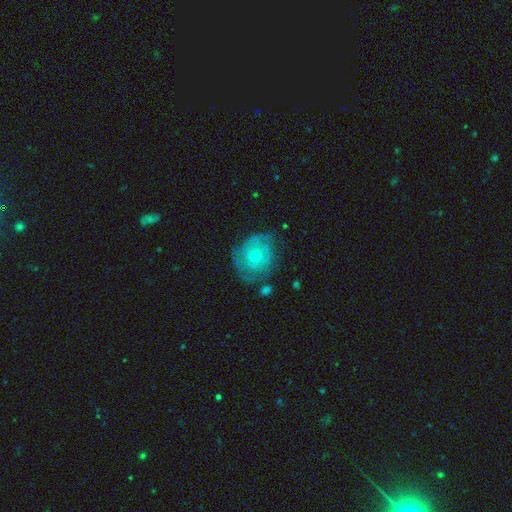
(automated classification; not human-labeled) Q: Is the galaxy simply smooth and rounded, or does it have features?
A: featured or disk — 54%.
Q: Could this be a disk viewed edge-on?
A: no — 97%.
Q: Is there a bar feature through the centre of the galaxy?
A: no — 86%.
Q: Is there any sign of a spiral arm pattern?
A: yes — 67%.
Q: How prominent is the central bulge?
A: small — 76%.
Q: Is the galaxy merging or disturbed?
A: none — 55%.